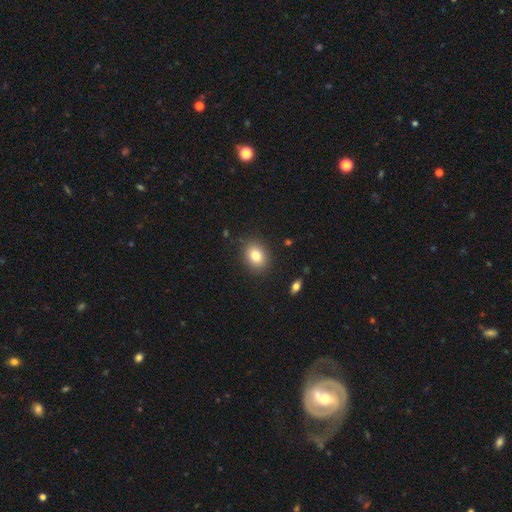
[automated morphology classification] smooth 81%, star or artifact 10%, featured or disk 9%. Down the decision tree: how rounded — in between (61%); merging — none (87%).